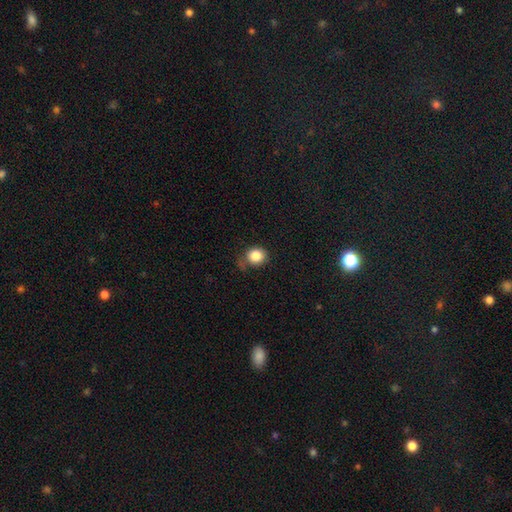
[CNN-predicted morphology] Q: Smooth or featured?
A: smooth (83%); runner-up: star or artifact (10%)
Q: How rounded?
A: round (83%); runner-up: in between (16%)
Q: Merging?
A: none (63%); runner-up: minor disturbance (25%)